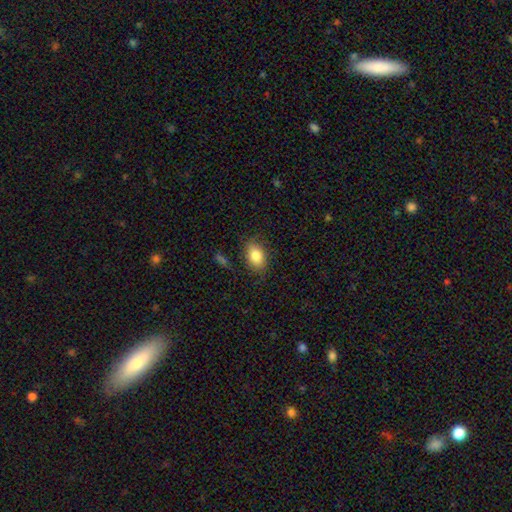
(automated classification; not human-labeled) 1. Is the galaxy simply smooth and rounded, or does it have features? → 83% smooth, 9% featured or disk, 8% star or artifact.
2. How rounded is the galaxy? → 86% in between, 12% round, 2% cigar-shaped.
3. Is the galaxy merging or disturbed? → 81% none, 13% minor disturbance, 4% major disturbance, 2% merger.